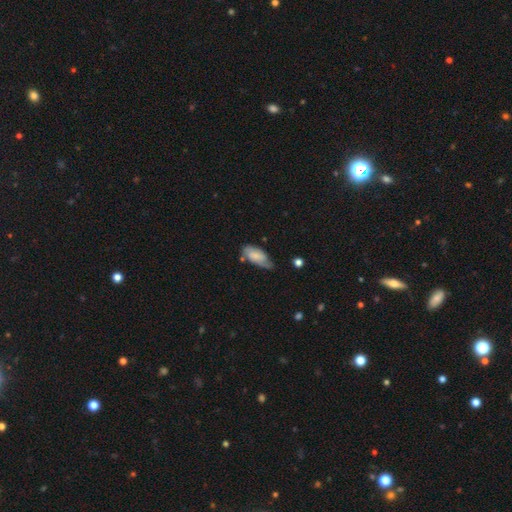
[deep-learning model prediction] Smooth or featured? smooth (66%)
How rounded? in between (87%)
Merging? none (50%)